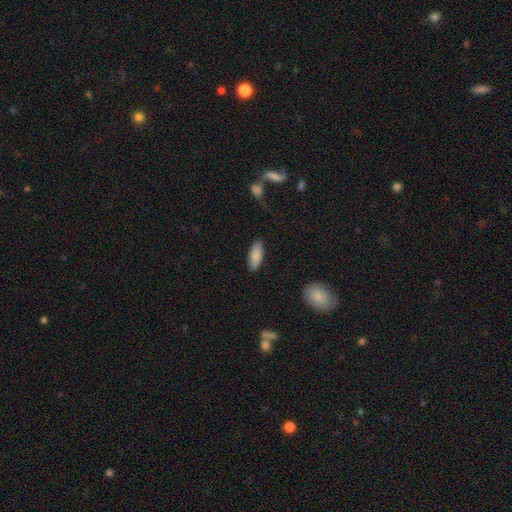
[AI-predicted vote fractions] Overall: smooth (87%). How rounded: in between (74%). Merging: none (87%).